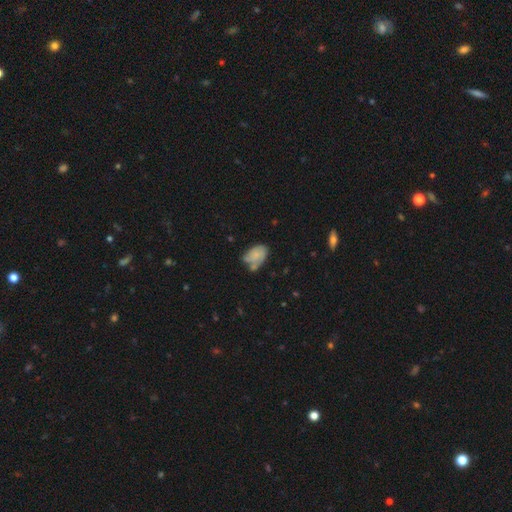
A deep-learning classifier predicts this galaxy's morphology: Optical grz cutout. It shows a smooth galaxy with no disk features (64%) that is in between round and cigar-shaped (88%). Merging: none (38%).